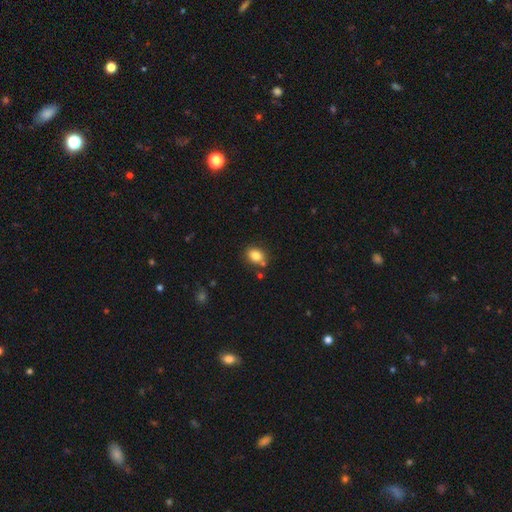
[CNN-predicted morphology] type=smooth (82%); roundness=in between (56%); merging=none (71%).